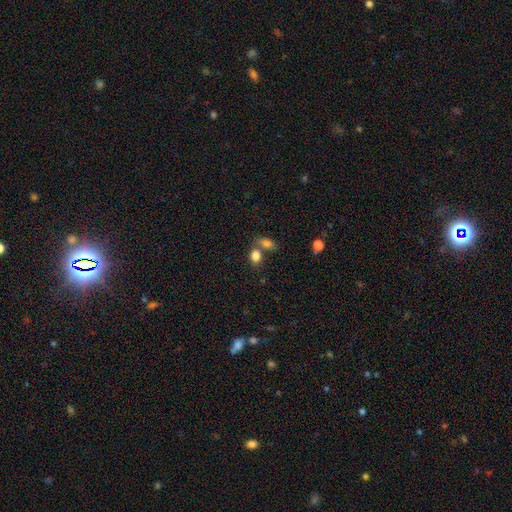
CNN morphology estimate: A smooth galaxy with no disk features (83%) that is in between round and cigar-shaped (77%). Merging: none (47%).